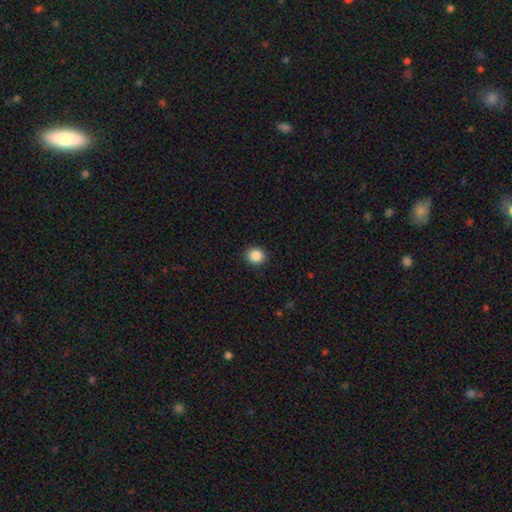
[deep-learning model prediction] Smooth or featured? Predicted: smooth (p=0.87). How rounded? Predicted: round (p=0.84). Merging? Predicted: none (p=0.91).